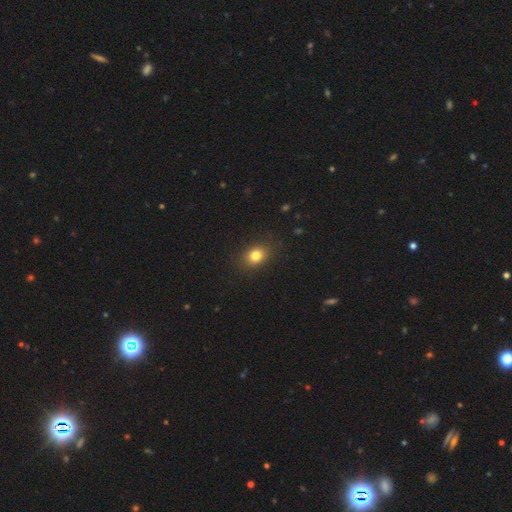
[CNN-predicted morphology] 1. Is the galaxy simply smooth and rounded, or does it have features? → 80% smooth, 13% star or artifact, 8% featured or disk.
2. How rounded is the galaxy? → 55% round, 44% in between, 1% cigar-shaped.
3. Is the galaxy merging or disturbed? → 85% none, 11% minor disturbance, 3% major disturbance, 1% merger.